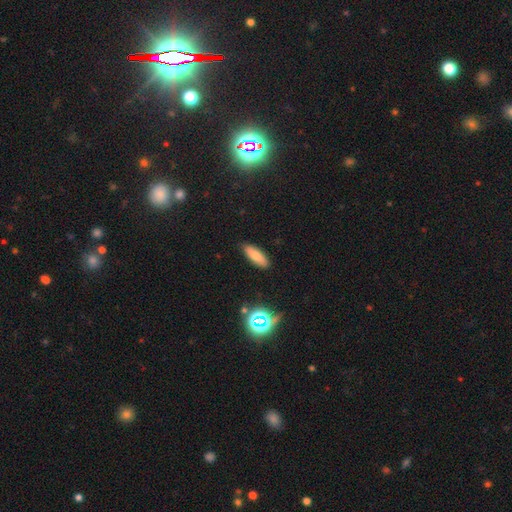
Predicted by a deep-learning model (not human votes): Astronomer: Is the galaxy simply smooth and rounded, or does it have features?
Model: smooth — 75%.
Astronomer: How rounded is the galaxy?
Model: in between — 63%.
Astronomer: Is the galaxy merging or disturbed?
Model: none — 86%.